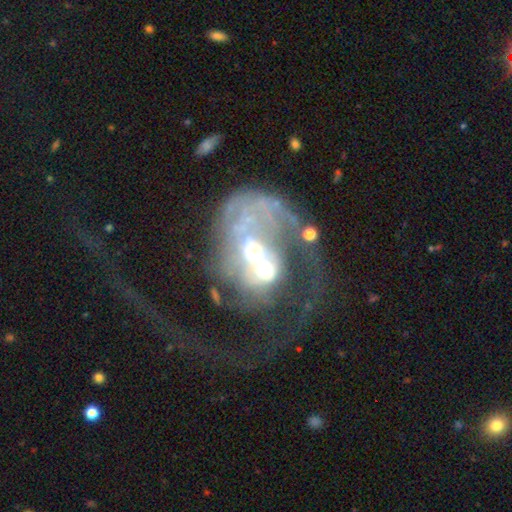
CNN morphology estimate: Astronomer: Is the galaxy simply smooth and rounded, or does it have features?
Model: featured or disk — 74%.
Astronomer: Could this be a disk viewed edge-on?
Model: no — 97%.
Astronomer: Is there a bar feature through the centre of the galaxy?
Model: no — 76%.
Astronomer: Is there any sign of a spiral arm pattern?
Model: yes — 52% (runner-up: no, 48%).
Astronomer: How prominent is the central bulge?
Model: moderate — 56%.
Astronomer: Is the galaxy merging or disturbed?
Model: merger — 47% (runner-up: major disturbance, 36%).